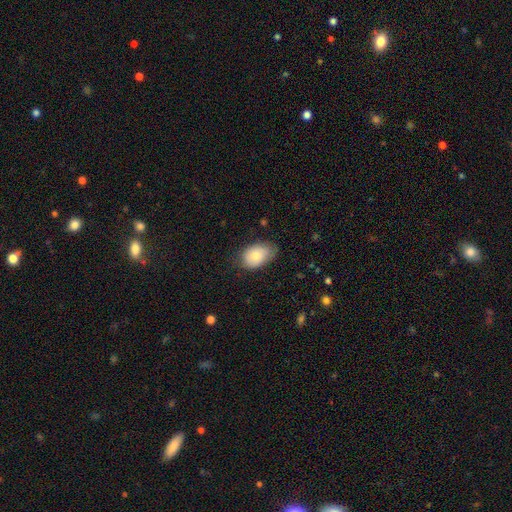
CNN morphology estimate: Overall: smooth (77%). How rounded: in between (87%). Merging: none (65%; minor disturbance 28%).